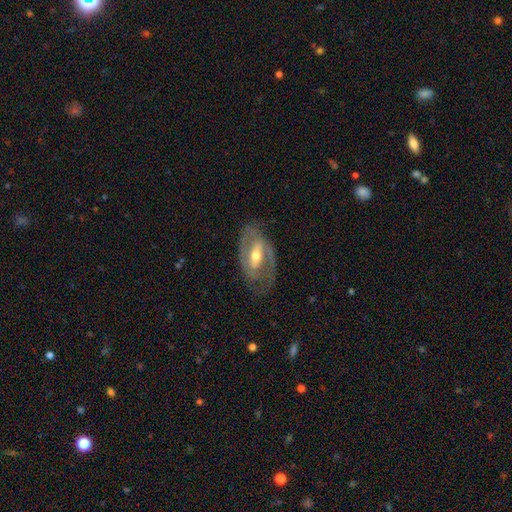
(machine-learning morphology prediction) The model was most divided on "spiral winding": medium: 46%, tight: 39%, loose: 15%. Remaining: edge-on disk — no (93%); spiral arms — yes (85%); smooth or featured — featured or disk (83%); spiral arm count — 2 (82%); merging — none (73%); bulge size — moderate (66%); bar — strong (49%).